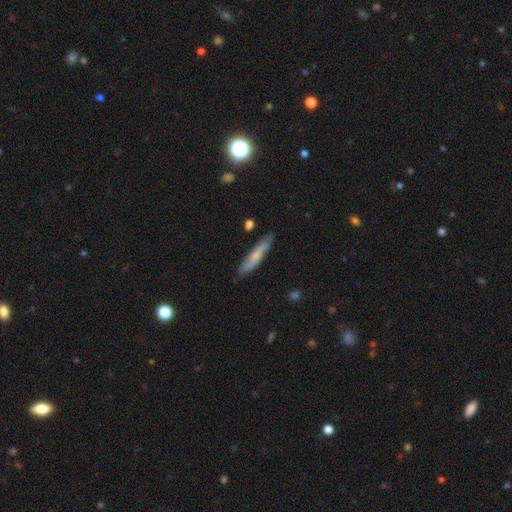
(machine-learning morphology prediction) A smooth galaxy with no disk features (61%) that is cigar-shaped (86%).

Vote fractions:
- Smooth or featured? smooth: 61% / featured or disk: 33% / star or artifact: 6%
- How rounded? cigar-shaped: 86% / in between: 12% / round: 2%
- Merging? none: 81% / minor disturbance: 15% / major disturbance: 3% / merger: 2%